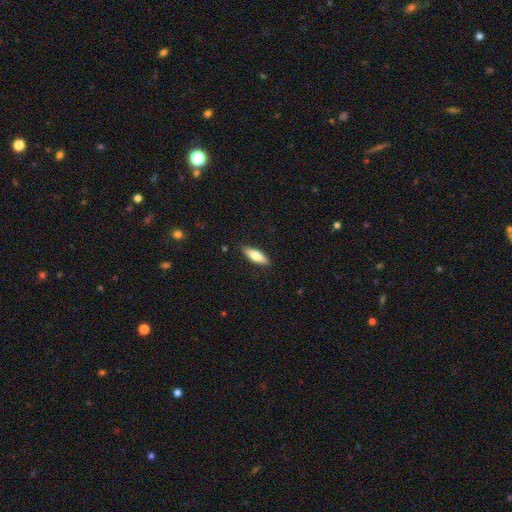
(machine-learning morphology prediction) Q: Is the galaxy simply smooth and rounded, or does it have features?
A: smooth — 67%.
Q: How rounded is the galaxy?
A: cigar-shaped — 50%.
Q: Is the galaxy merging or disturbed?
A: none — 88%.